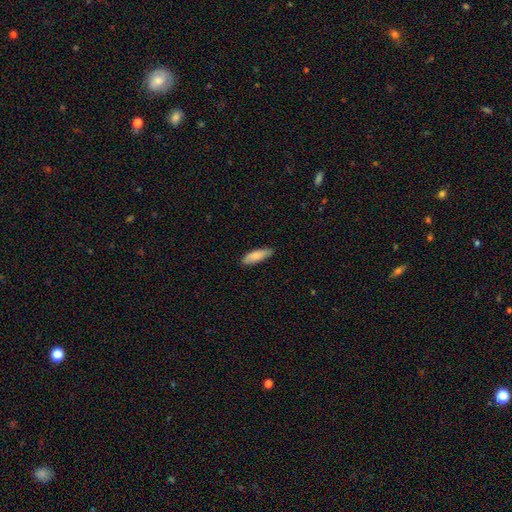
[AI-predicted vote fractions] Smooth or featured?
  - smooth: 79% *
  - featured or disk: 15%
  - star or artifact: 6%
How rounded?
  - in between: 56% *
  - cigar-shaped: 43%
  - round: 2%
Merging?
  - none: 84% *
  - minor disturbance: 13%
  - major disturbance: 2%
  - merger: 1%